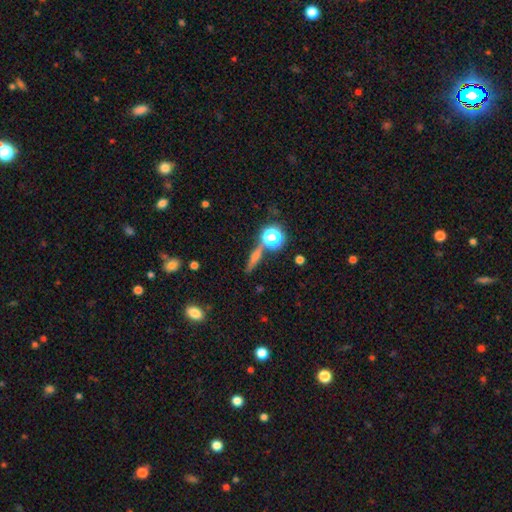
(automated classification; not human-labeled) Smooth or featured? Predicted: featured or disk (p=0.45). Merging? Predicted: none (p=0.78).